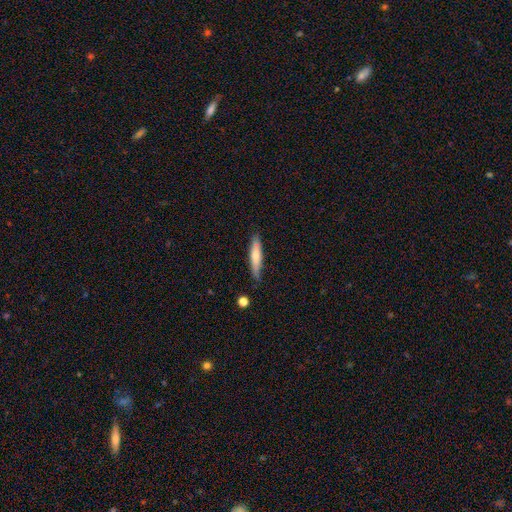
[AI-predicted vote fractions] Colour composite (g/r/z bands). It shows a smooth galaxy with no disk features (67%) that is cigar-shaped (87%). Merging: none (77%).